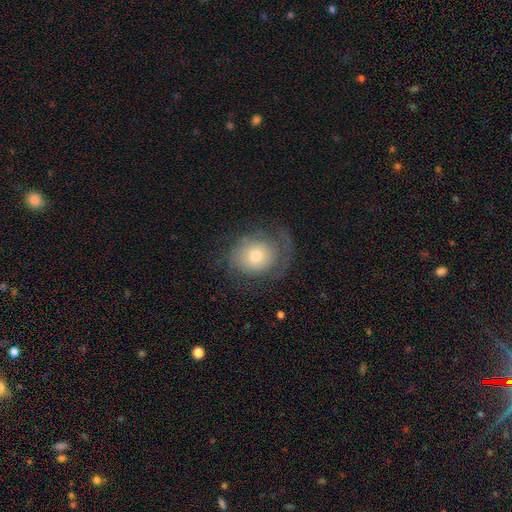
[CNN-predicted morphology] Overall: featured or disk (51%; smooth 40%). Edge-on disk: no (96%). Merging: none (58%; minor disturbance 20%).